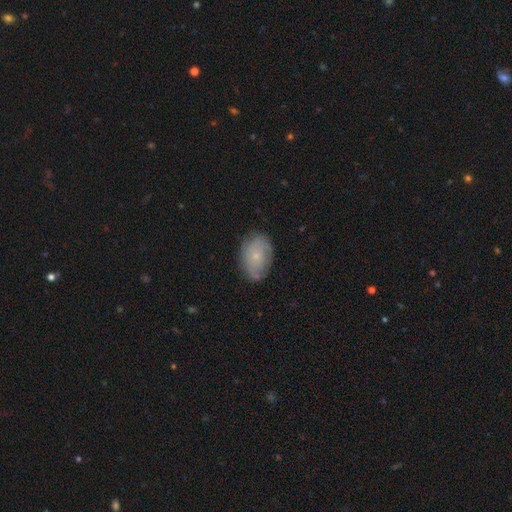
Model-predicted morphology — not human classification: Smooth or featured? smooth (49%)
Merging? none (71%)